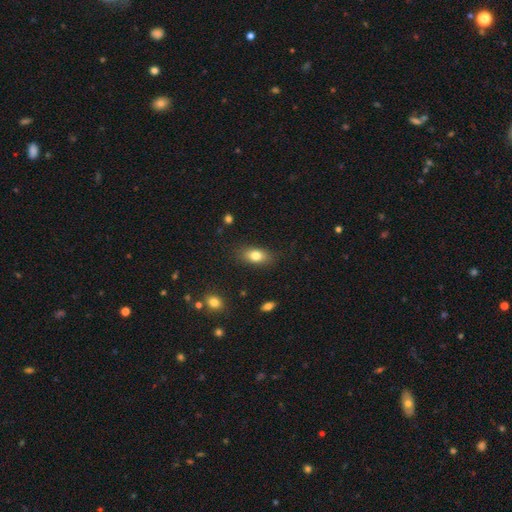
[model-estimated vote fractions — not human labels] This appears to be a smooth galaxy with no disk features (80%) that is in between round and cigar-shaped (84%). Merging: none (83%).